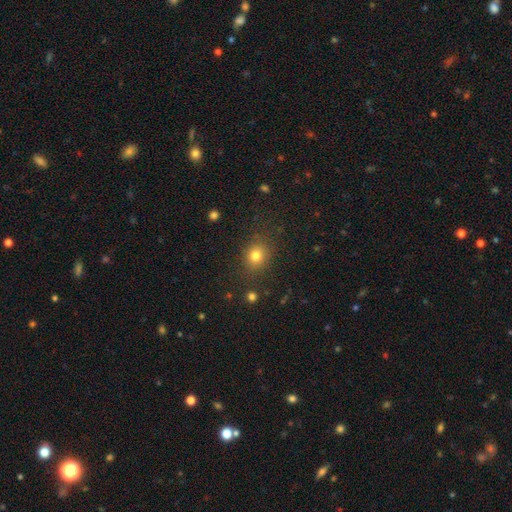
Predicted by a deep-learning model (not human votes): A smooth galaxy with no disk features (79%) that is round (67%).

Vote fractions:
- Smooth or featured? smooth: 79% / star or artifact: 14% / featured or disk: 7%
- How rounded? round: 67% / in between: 32% / cigar-shaped: 1%
- Merging? none: 82% / minor disturbance: 11% / major disturbance: 4% / merger: 2%